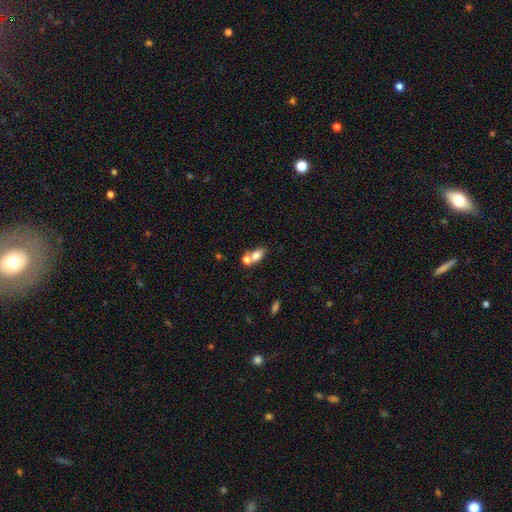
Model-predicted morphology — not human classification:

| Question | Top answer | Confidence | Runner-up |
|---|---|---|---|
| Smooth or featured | smooth | 73% | featured or disk (18%) |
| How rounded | in between | 77% | round (18%) |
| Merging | merger | 52% | none (35%) |